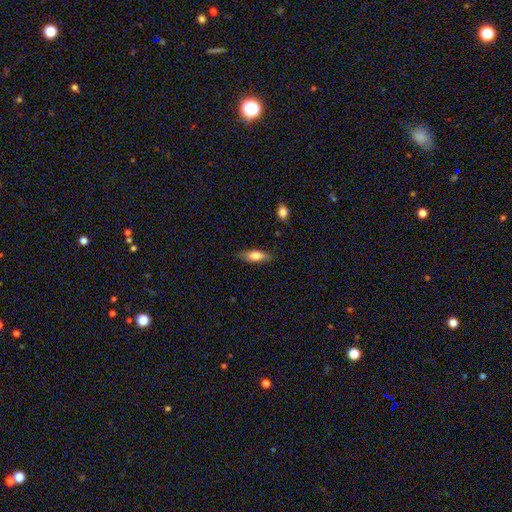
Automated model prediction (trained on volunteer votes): smooth 70%, featured or disk 23%, star or artifact 7%. Down the decision tree: how rounded — in between (62%); merging — none (80%).